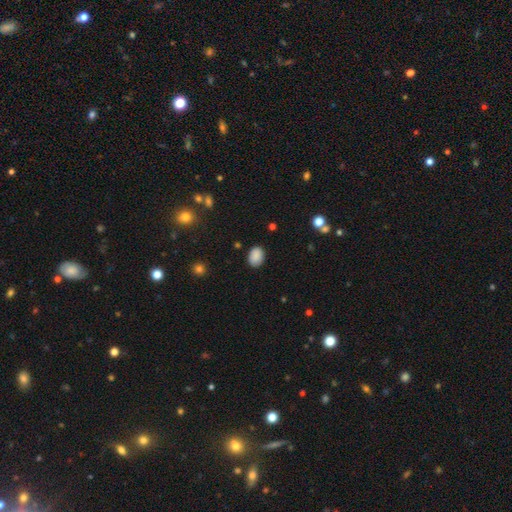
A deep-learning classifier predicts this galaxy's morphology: The model was most divided on "how rounded": in between: 77%, round: 22%, cigar-shaped: 1%. More confident: smooth or featured — smooth (88%); merging — none (86%).